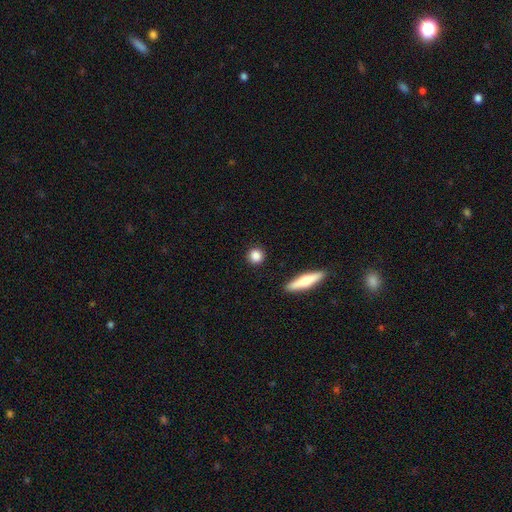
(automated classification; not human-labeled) smooth_or_featured: smooth (p=0.86) [alt: star or artifact p=0.08]
how_rounded: round (p=0.88) [alt: in between p=0.08]
merging: none (p=0.91) [alt: minor disturbance p=0.06]